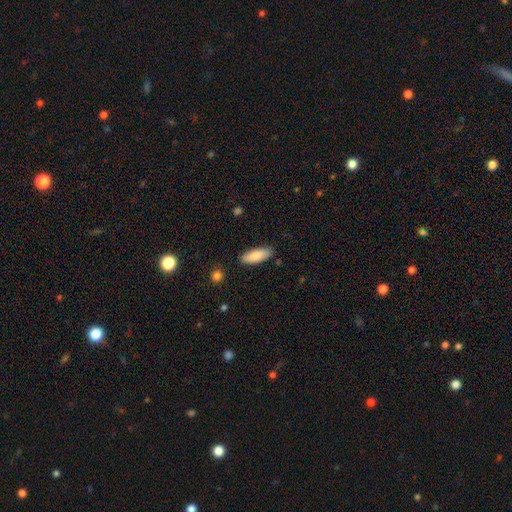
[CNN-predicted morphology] Smooth or featured?
  - smooth: 86% *
  - featured or disk: 8%
  - star or artifact: 6%
How rounded?
  - in between: 66% *
  - cigar-shaped: 33%
  - round: 2%
Merging?
  - none: 85% *
  - minor disturbance: 11%
  - major disturbance: 2%
  - merger: 1%